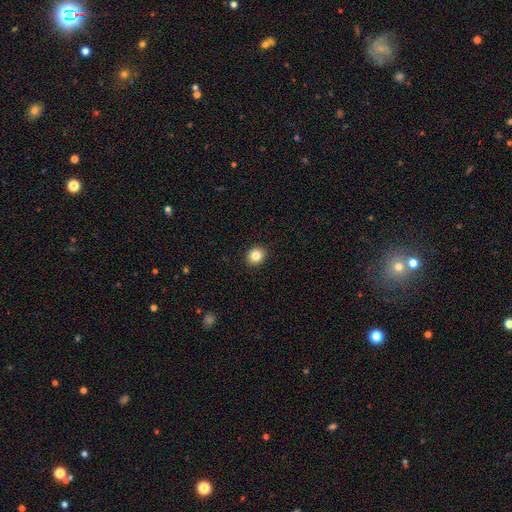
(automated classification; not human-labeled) Smooth or featured: smooth — 84% (star or artifact — 10%)
How rounded: round — 75% (in between — 24%)
Merging: none — 92% (minor disturbance — 5%)